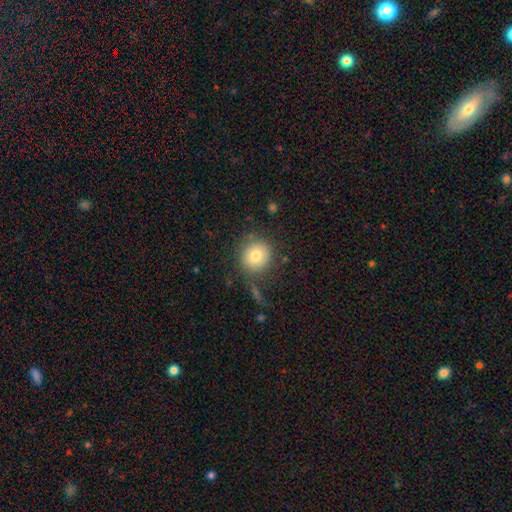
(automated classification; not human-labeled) smooth-or-featured: smooth: 79% | featured or disk: 11% | star or artifact: 10%
  how-rounded: round: 90% | in between: 9% | cigar-shaped: 1%
  merging: none: 79% | minor disturbance: 12% | major disturbance: 6% | merger: 3%